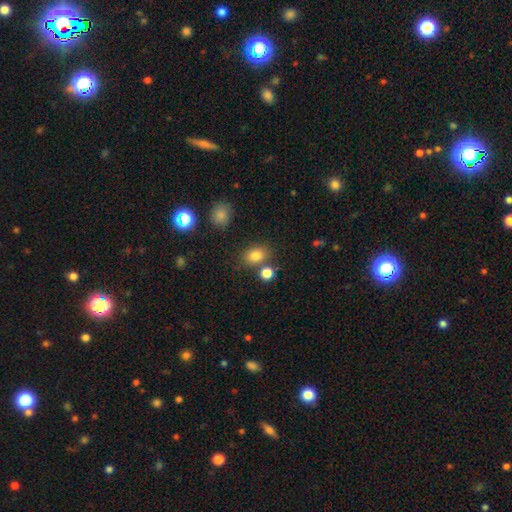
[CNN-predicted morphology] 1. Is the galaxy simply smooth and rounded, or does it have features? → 81% smooth, 12% star or artifact, 7% featured or disk.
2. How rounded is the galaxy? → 63% in between, 36% round, 1% cigar-shaped.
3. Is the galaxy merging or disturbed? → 70% none, 13% merger, 12% minor disturbance, 4% major disturbance.